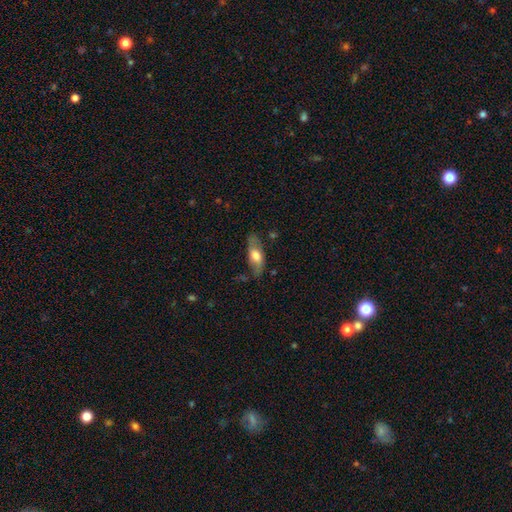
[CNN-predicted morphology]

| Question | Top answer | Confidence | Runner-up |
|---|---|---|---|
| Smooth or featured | smooth | 55% | featured or disk (38%) |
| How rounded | in between | 74% | cigar-shaped (23%) |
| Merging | none | 69% | minor disturbance (22%) |